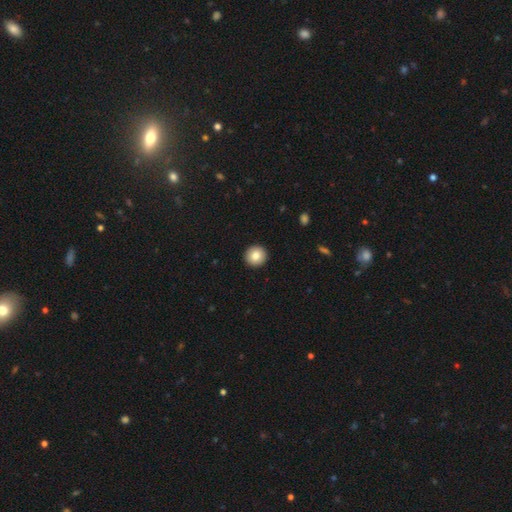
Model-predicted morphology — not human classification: Smooth or featured? smooth (84%)
How rounded? round (94%)
Merging? none (93%)